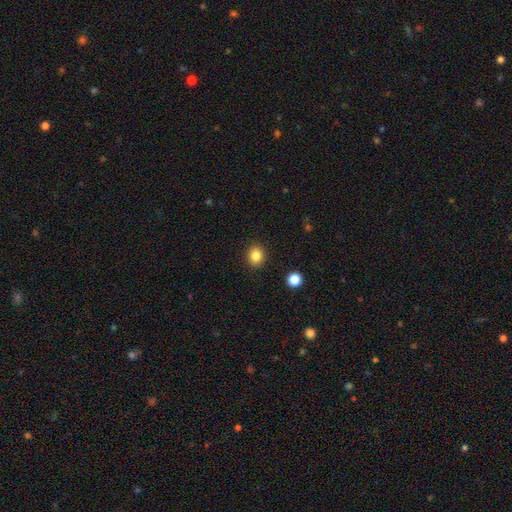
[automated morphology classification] type=smooth (85%); roundness=round (73%); merging=none (91%).